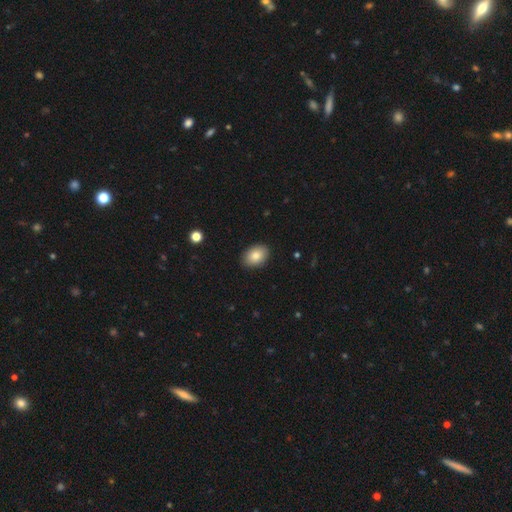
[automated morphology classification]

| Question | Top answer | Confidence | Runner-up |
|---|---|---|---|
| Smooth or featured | smooth | 84% | featured or disk (8%) |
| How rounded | in between | 83% | round (16%) |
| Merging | none | 89% | minor disturbance (8%) |